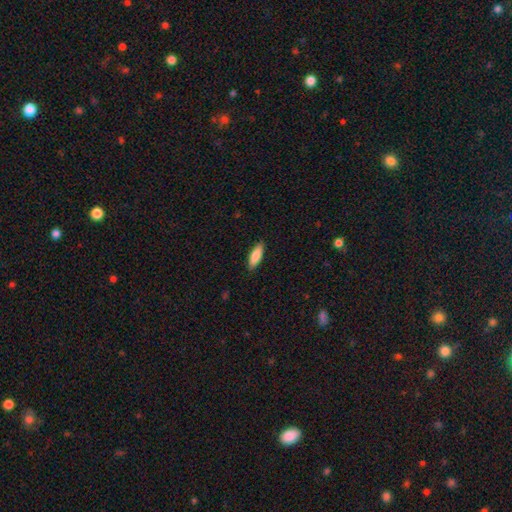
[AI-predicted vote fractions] Overall: smooth (85%). How rounded: in between (55%; cigar-shaped 44%). Merging: none (88%).